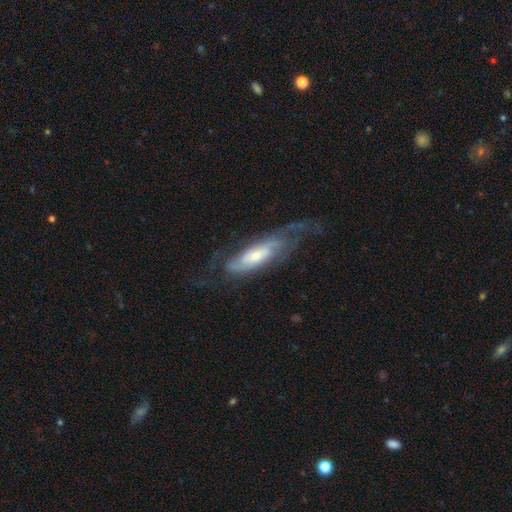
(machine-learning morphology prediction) smooth-or-featured: featured or disk: 72% | smooth: 22% | star or artifact: 6%
  disk-edge-on: no: 78% | yes: 22%
    bar: no: 58% | weak: 30% | strong: 12%
    has-spiral-arms: yes: 87% | no: 13%
    bulge-size: moderate: 46% | small: 42% | large: 8% | none: 3% | dominant: 2%
  merging: none: 53% | major disturbance: 24% | minor disturbance: 21% | merger: 2%